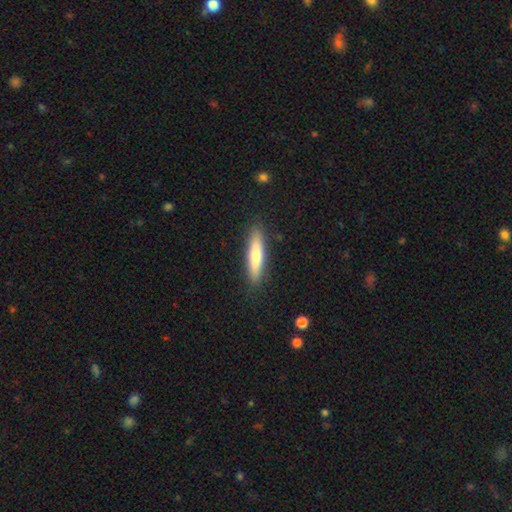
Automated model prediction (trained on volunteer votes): smooth_or_featured: smooth (p=0.73) [alt: featured or disk p=0.21]
how_rounded: cigar-shaped (p=0.80) [alt: in between p=0.18]
merging: none (p=0.89) [alt: minor disturbance p=0.08]